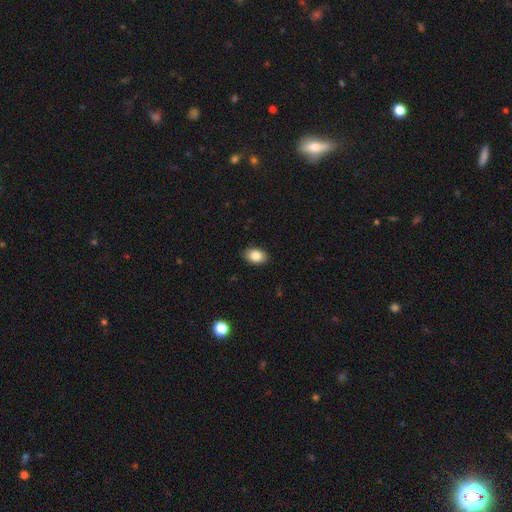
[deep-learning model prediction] The model was most divided on "how rounded": in between: 84%, round: 15%, cigar-shaped: 1%. More confident: merging — none (89%); smooth or featured — smooth (85%).